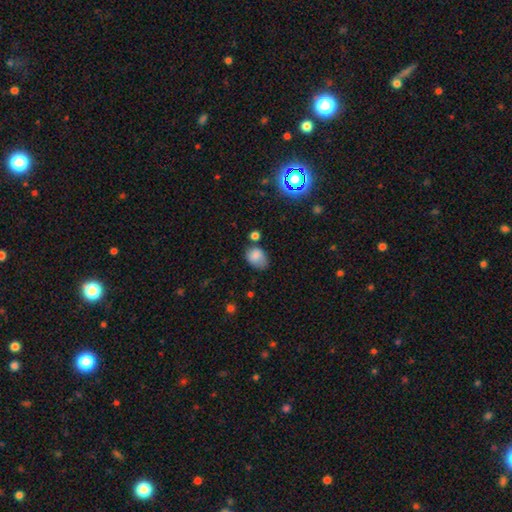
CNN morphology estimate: A smooth galaxy with no disk features (82%) that is in between round and cigar-shaped (69%).

Vote fractions:
- Smooth or featured? smooth: 82% / star or artifact: 11% / featured or disk: 8%
- How rounded? in between: 69% / round: 30% / cigar-shaped: 1%
- Merging? none: 49% / minor disturbance: 33% / major disturbance: 9% / merger: 8%